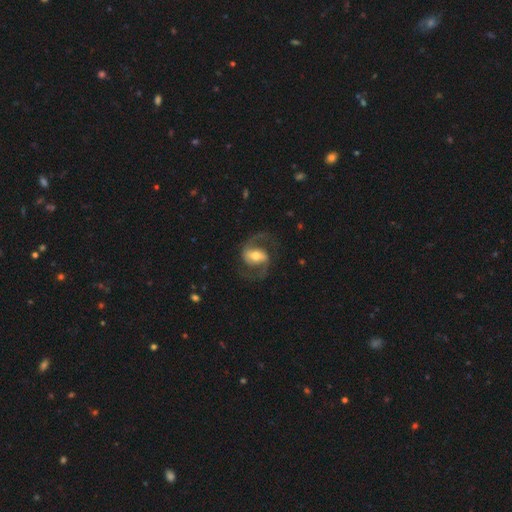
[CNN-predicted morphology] smooth_or_featured: featured or disk (p=0.85) [alt: smooth p=0.10]
disk_edge_on: no (p=0.97) [alt: yes p=0.03]
bar: strong (p=0.41) [alt: weak p=0.40]
has_spiral_arms: yes (p=0.95) [alt: no p=0.05]
spiral_winding: medium (p=0.55) [alt: loose p=0.33]
spiral_arm_count: 2 (p=0.93) [alt: can't tell p=0.02]
bulge_size: moderate (p=0.65) [alt: small p=0.19]
merging: none (p=0.75) [alt: minor disturbance p=0.13]